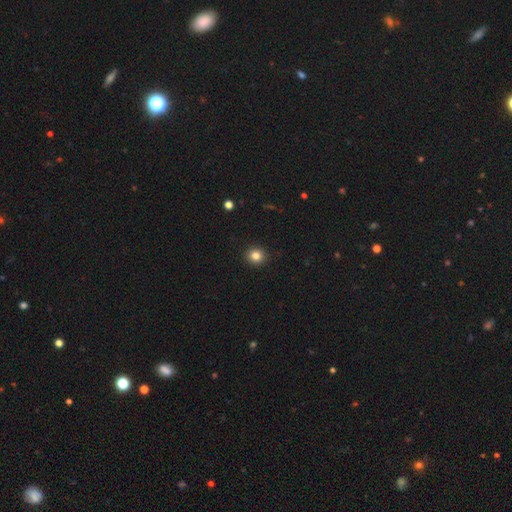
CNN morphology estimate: smooth 83%, star or artifact 12%, featured or disk 6%. Down the decision tree: how rounded — round (90%); merging — none (93%).